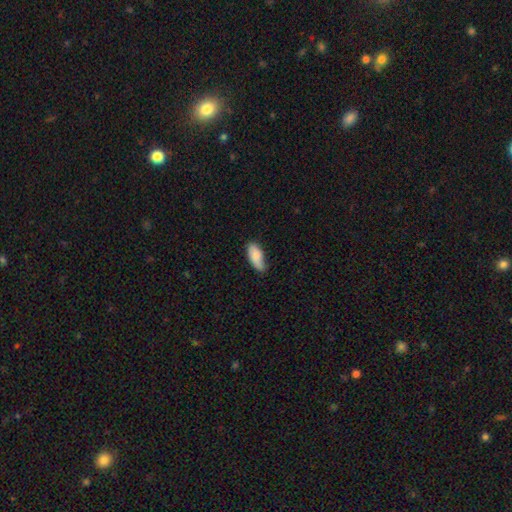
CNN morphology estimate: This appears to be a smooth galaxy with no disk features (83%) that is in between round and cigar-shaped (86%). Merging: none (62%).